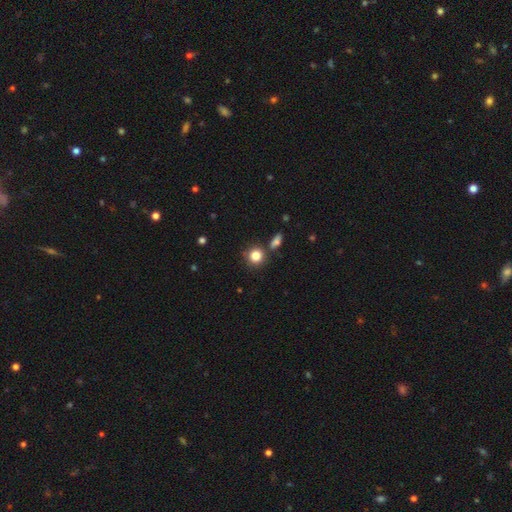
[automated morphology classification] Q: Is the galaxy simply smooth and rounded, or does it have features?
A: smooth — 83%.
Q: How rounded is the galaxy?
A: round — 88%.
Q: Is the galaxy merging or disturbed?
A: none — 76%.